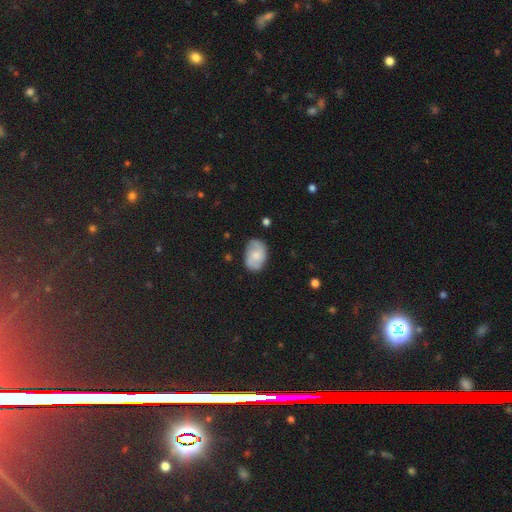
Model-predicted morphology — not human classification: smooth_or_featured: smooth (p=0.48) [alt: featured or disk p=0.44]
merging: none (p=0.74) [alt: minor disturbance p=0.19]